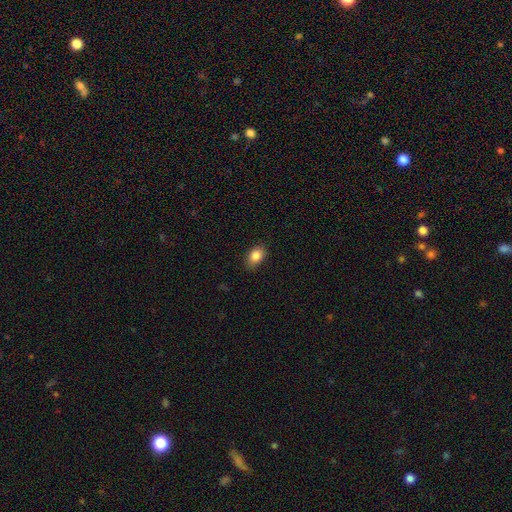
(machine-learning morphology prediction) Smooth or featured?
  - smooth: 86% *
  - star or artifact: 8%
  - featured or disk: 6%
How rounded?
  - in between: 80% *
  - round: 18%
  - cigar-shaped: 2%
Merging?
  - none: 84% *
  - minor disturbance: 13%
  - major disturbance: 3%
  - merger: 1%